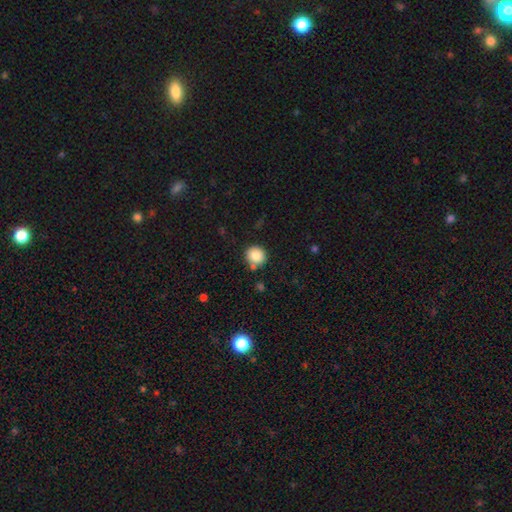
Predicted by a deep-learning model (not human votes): The model was most divided on "merging": none: 76%, minor disturbance: 11%, merger: 9%, major disturbance: 3%. More confident: smooth or featured — smooth (86%); how rounded — round (86%).